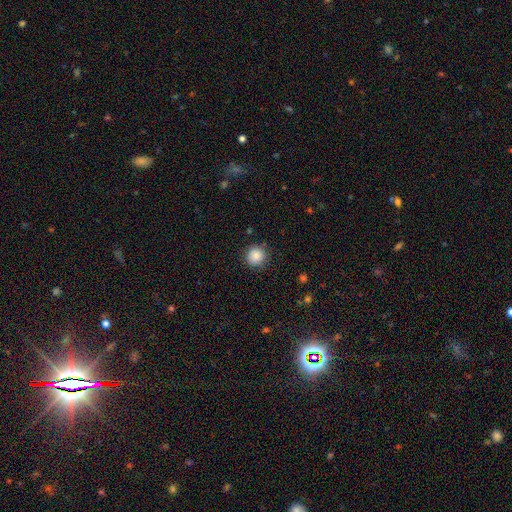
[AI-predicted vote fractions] Smooth or featured?
  - smooth: 85% *
  - star or artifact: 10%
  - featured or disk: 5%
How rounded?
  - round: 93% *
  - in between: 6%
  - cigar-shaped: 1%
Merging?
  - none: 88% *
  - minor disturbance: 9%
  - major disturbance: 2%
  - merger: 1%